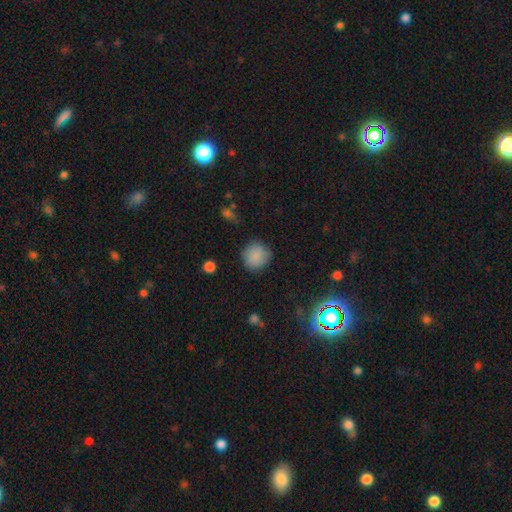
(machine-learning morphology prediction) type=smooth (86%); roundness=round (88%); merging=none (83%).